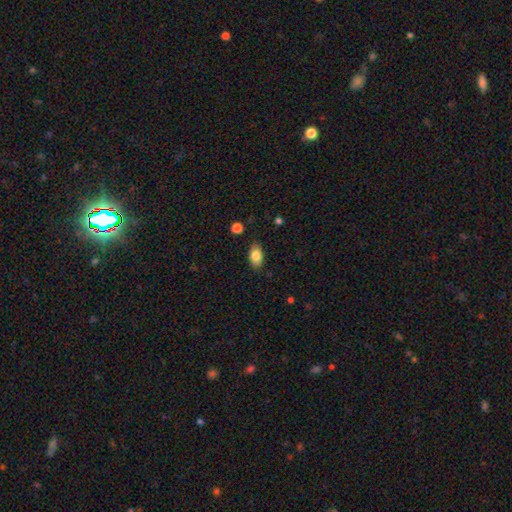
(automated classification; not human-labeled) A smooth galaxy with no disk features (83%) that is in between round and cigar-shaped (90%). Merging: none (86%).